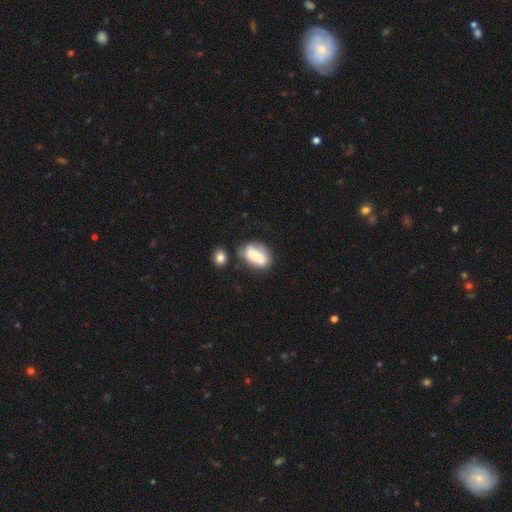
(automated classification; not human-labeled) Overall: smooth (61%; featured or disk 31%). How rounded: in between (87%). Merging: none (48%; minor disturbance 23%).